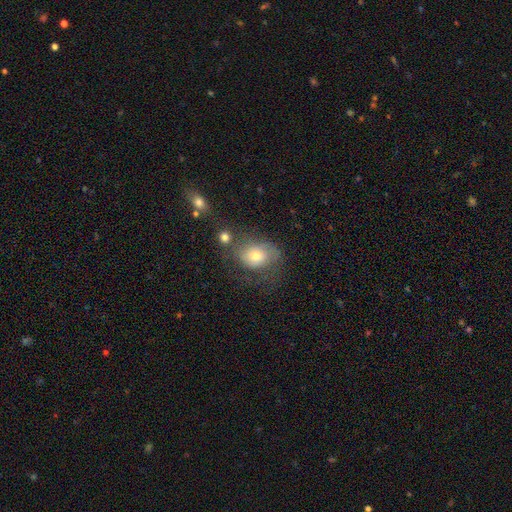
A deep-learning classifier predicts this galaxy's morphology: type=smooth (55%); roundness=in between (55%); merging=none (44%).